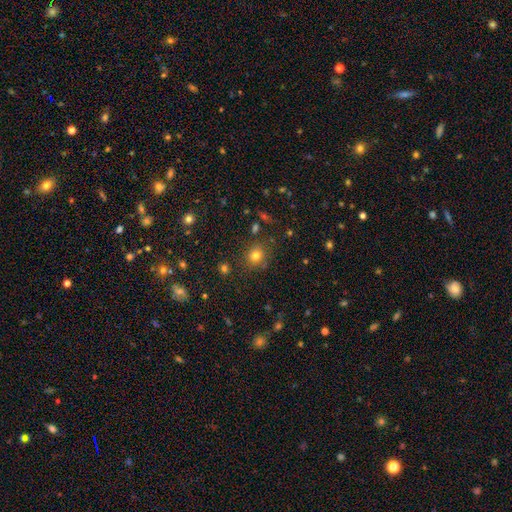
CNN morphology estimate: smooth_or_featured: smooth (p=0.77) [alt: star or artifact p=0.15]
how_rounded: round (p=0.82) [alt: in between p=0.17]
merging: none (p=0.81) [alt: minor disturbance p=0.11]